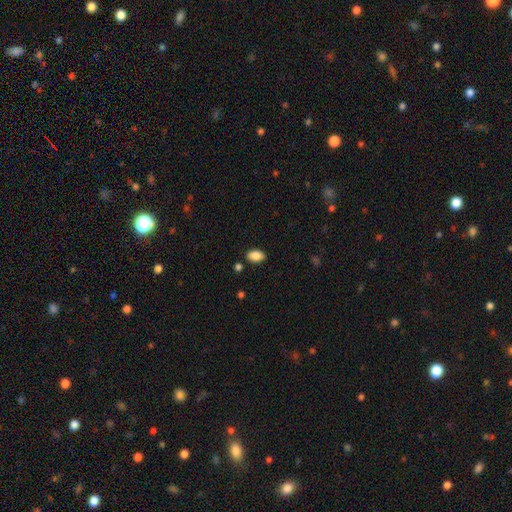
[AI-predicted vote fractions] Smooth or featured? Predicted: smooth (p=0.86). How rounded? Predicted: in between (p=0.91). Merging? Predicted: none (p=0.86).